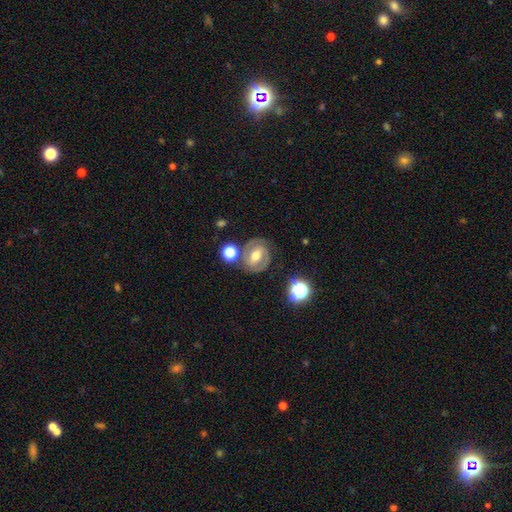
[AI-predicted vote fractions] Q: Smooth or featured?
A: featured or disk (77%); runner-up: smooth (15%)
Q: Edge-on disk?
A: no (97%); runner-up: yes (3%)
Q: Bar?
A: weak (43%); runner-up: strong (37%)
Q: Spiral arms?
A: yes (91%); runner-up: no (9%)
Q: Spiral winding?
A: tight (54%); runner-up: medium (39%)
Q: Spiral arm count?
A: 2 (87%); runner-up: can't tell (6%)
Q: Bulge size?
A: moderate (70%); runner-up: small (18%)
Q: Merging?
A: none (76%); runner-up: minor disturbance (13%)